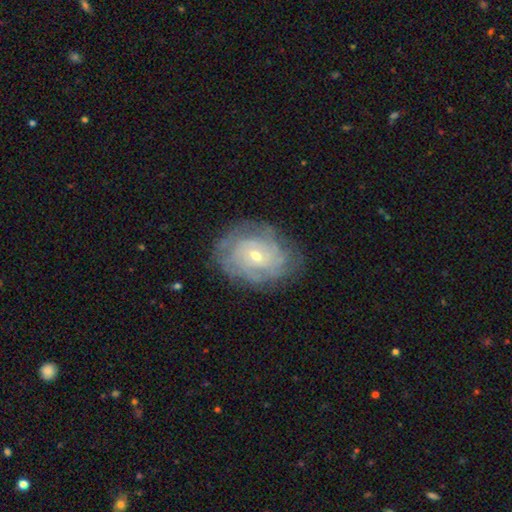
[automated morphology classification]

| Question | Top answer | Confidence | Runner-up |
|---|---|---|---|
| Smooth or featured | featured or disk | 80% | smooth (13%) |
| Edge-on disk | no | 97% | yes (3%) |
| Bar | no | 72% | weak (23%) |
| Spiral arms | yes | 90% | no (10%) |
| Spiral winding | tight | 72% | medium (22%) |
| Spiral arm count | can't tell | 48% | 4 (13%) |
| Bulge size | small | 63% | moderate (34%) |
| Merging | none | 76% | minor disturbance (17%) |